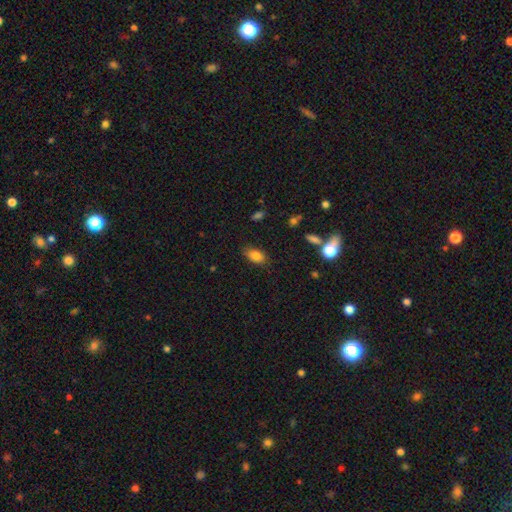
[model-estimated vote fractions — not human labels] smooth_or_featured: smooth (p=0.82) [alt: star or artifact p=0.10]
how_rounded: in between (p=0.88) [alt: round p=0.09]
merging: none (p=0.80) [alt: minor disturbance p=0.15]